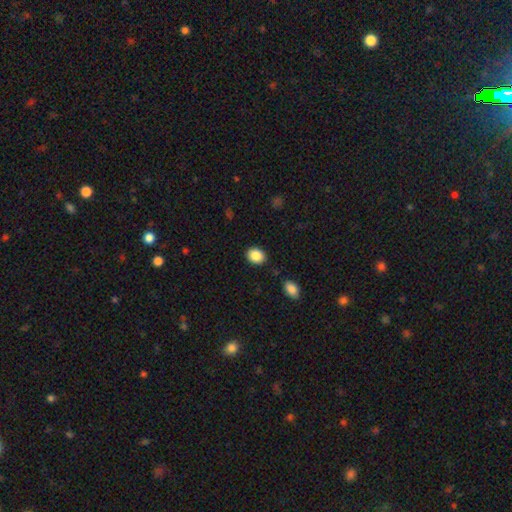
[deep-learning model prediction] This appears to be a smooth galaxy with no disk features (88%) that is in between round and cigar-shaped (60%). Merging: none (87%).